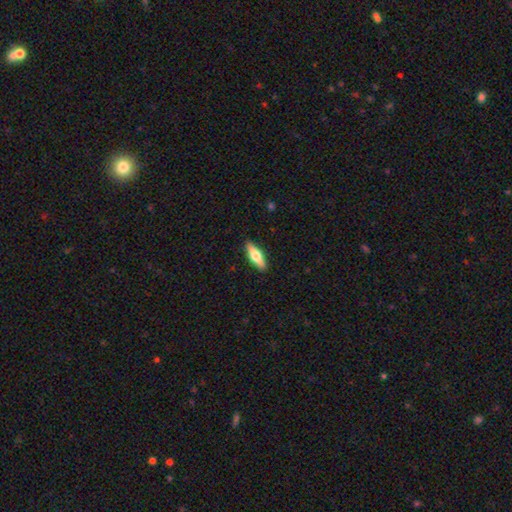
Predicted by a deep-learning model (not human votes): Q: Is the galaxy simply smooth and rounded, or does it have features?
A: smooth — 55%.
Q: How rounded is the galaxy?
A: cigar-shaped — 52%.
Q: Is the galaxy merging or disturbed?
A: none — 90%.